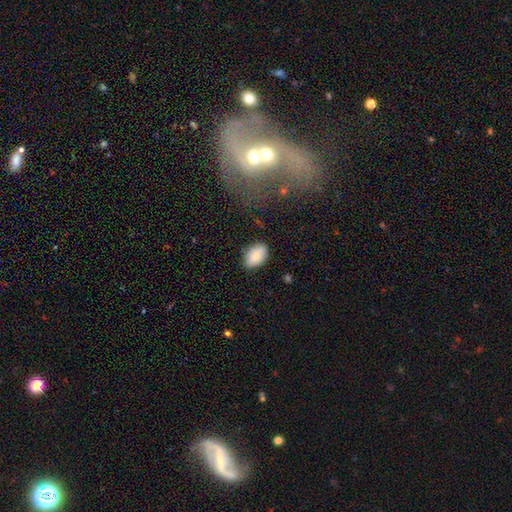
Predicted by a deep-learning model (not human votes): smooth-or-featured: smooth: 83% | featured or disk: 10% | star or artifact: 7%
  how-rounded: in between: 89% | round: 10% | cigar-shaped: 1%
  merging: none: 79% | minor disturbance: 16% | major disturbance: 3% | merger: 2%